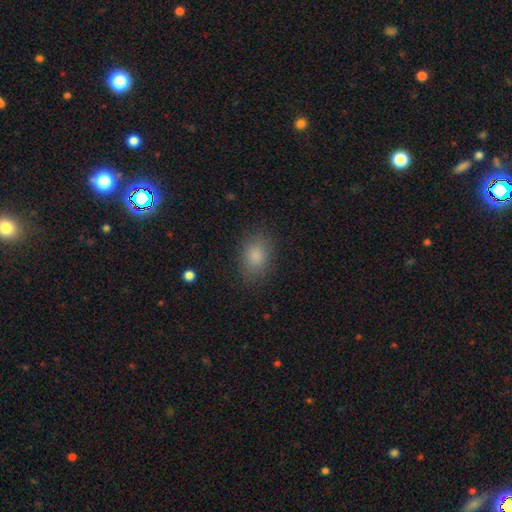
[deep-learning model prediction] A smooth galaxy with no disk features (85%) that is in between round and cigar-shaped (73%).

Vote fractions:
- Smooth or featured? smooth: 85% / star or artifact: 10% / featured or disk: 6%
- How rounded? in between: 73% / round: 26% / cigar-shaped: 1%
- Merging? none: 83% / minor disturbance: 11% / major disturbance: 4% / merger: 1%